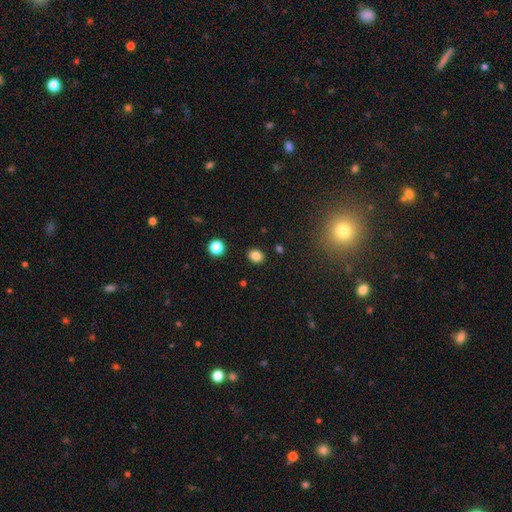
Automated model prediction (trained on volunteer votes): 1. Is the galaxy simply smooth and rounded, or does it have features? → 84% smooth, 12% star or artifact, 5% featured or disk.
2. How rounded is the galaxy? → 50% round, 49% in between, 1% cigar-shaped.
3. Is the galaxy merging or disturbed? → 88% none, 7% minor disturbance, 2% major disturbance, 2% merger.